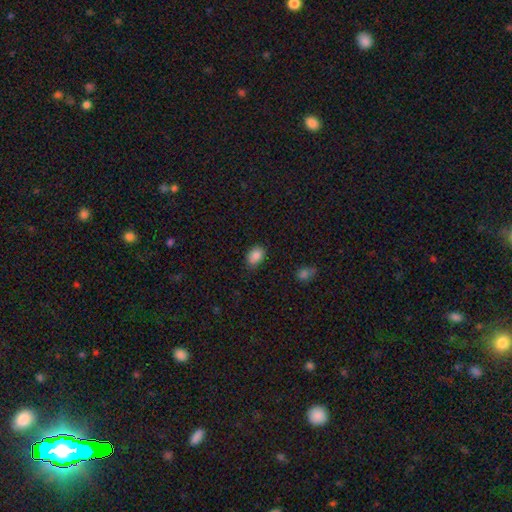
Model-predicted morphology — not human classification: smooth-or-featured: smooth: 85% | star or artifact: 9% | featured or disk: 6%
  how-rounded: in between: 79% | round: 20% | cigar-shaped: 1%
  merging: none: 79% | minor disturbance: 17% | major disturbance: 3% | merger: 2%